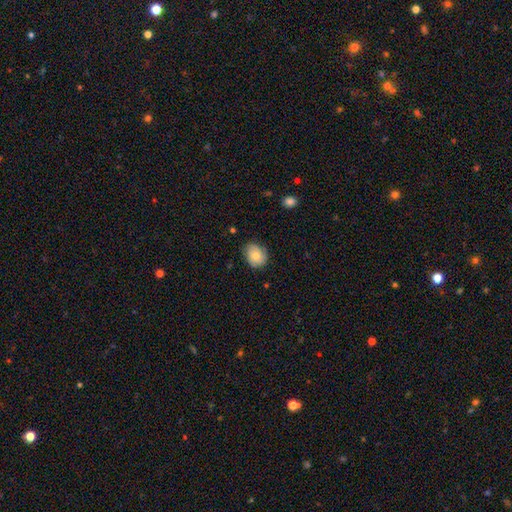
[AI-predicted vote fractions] smooth 73%, featured or disk 19%, star or artifact 8%. Down the decision tree: how rounded — round (56%); merging — none (77%).